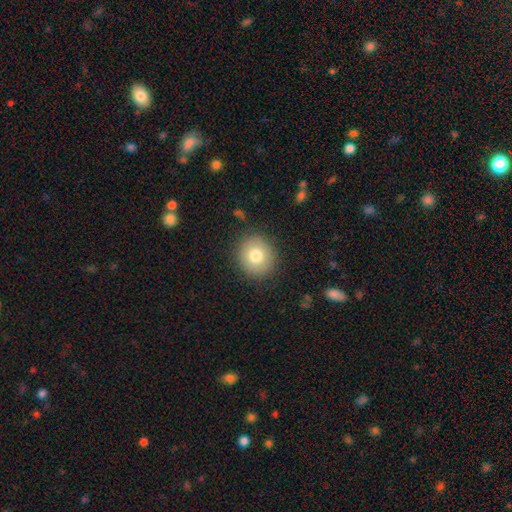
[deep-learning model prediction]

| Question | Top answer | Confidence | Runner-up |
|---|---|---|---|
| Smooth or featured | smooth | 78% | featured or disk (13%) |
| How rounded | round | 87% | in between (12%) |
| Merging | none | 87% | minor disturbance (8%) |